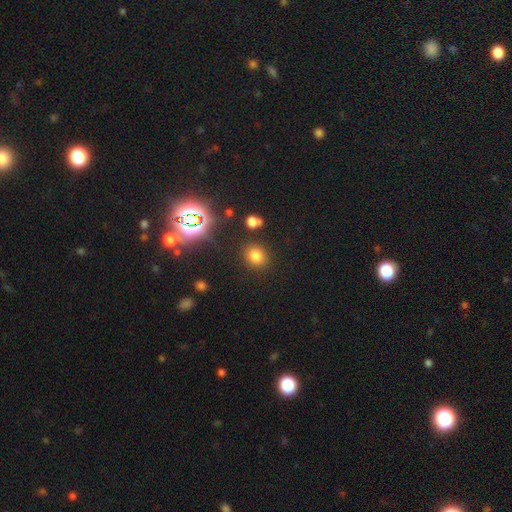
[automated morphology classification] Q: Smooth or featured?
A: smooth (73%); runner-up: star or artifact (20%)
Q: How rounded?
A: round (69%); runner-up: in between (30%)
Q: Merging?
A: none (84%); runner-up: minor disturbance (8%)